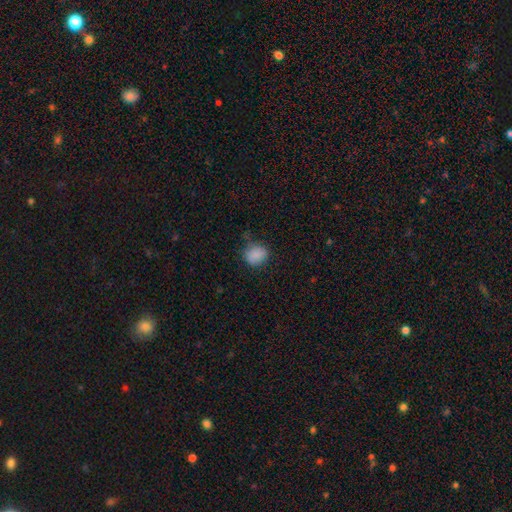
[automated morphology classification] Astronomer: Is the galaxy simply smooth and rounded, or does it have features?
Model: smooth — 86%.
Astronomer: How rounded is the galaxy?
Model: round — 64%.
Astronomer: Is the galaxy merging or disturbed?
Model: none — 70%.